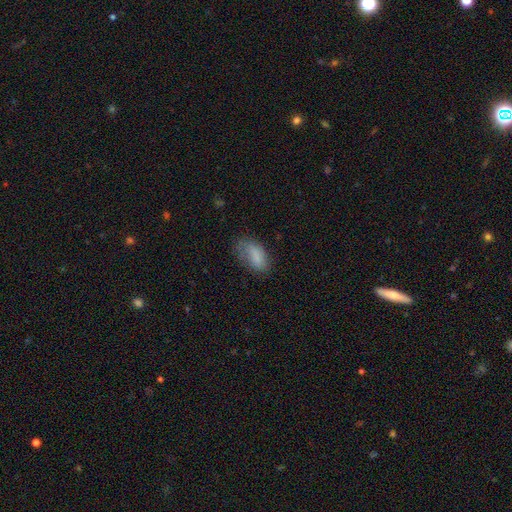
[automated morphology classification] Smooth or featured? smooth (79%)
How rounded? in between (92%)
Merging? none (49%)